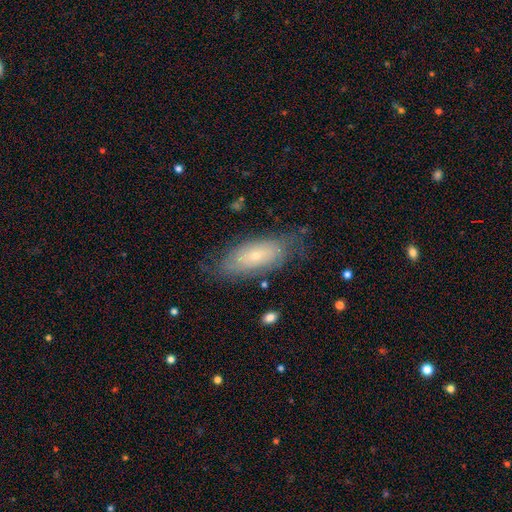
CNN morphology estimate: type=featured or disk (53%); edge-on=no (85%); merging=none (68%).